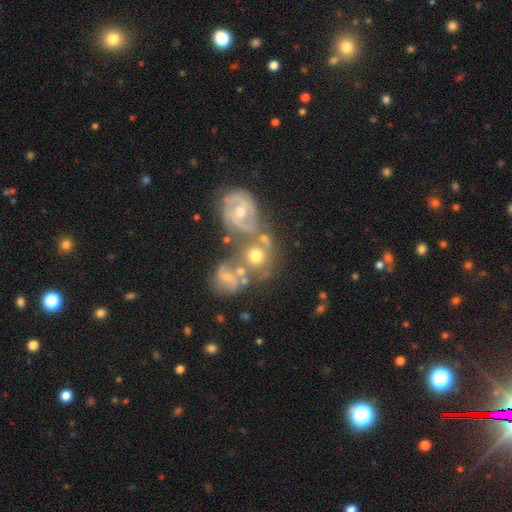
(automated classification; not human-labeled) A featured or disk galaxy (50%). Merging: merger (49%).